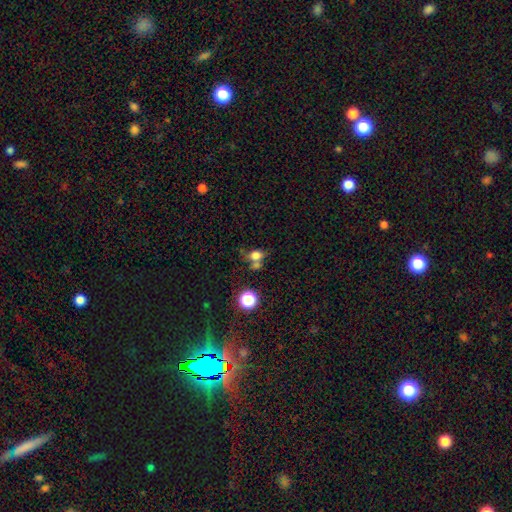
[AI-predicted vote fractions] Morphology: type=smooth (74%); roundness=in between (54%); merging=none (43%).